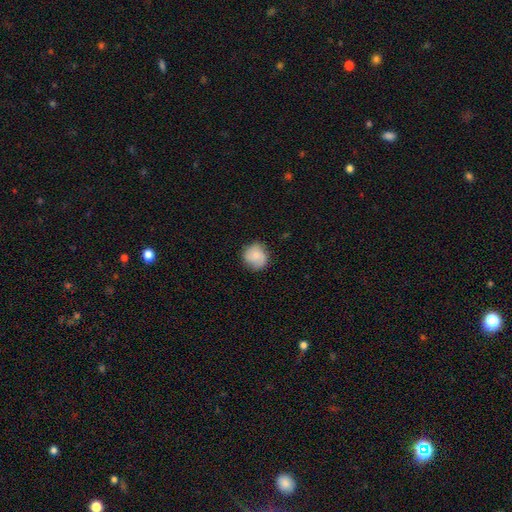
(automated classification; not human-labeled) The model was most divided on "smooth or featured": smooth: 66%, featured or disk: 27%, star or artifact: 7%. More confident: how rounded — round (87%); merging — none (78%).